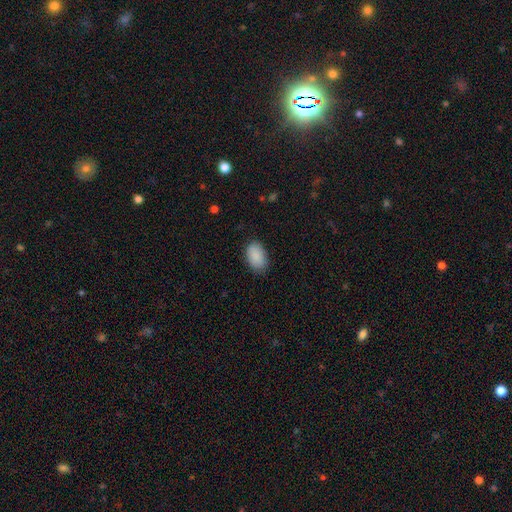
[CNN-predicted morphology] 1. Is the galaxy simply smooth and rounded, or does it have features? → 90% smooth, 7% star or artifact, 3% featured or disk.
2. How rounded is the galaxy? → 91% in between, 8% round, 1% cigar-shaped.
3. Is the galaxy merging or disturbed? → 82% none, 14% minor disturbance, 3% major disturbance, 1% merger.